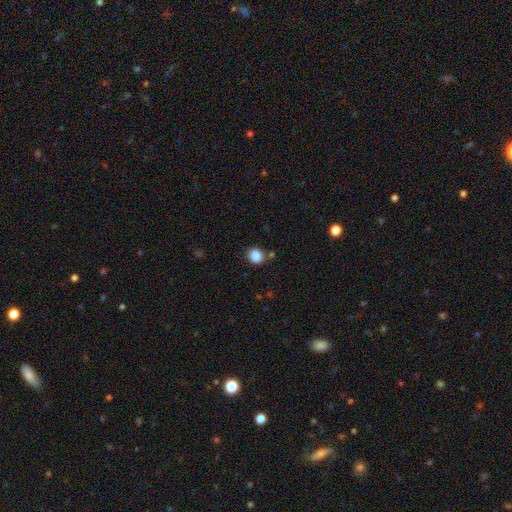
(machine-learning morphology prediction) This is clearly a smooth galaxy (87%). How rounded: likely round (73%). Merging: likely none (78%).